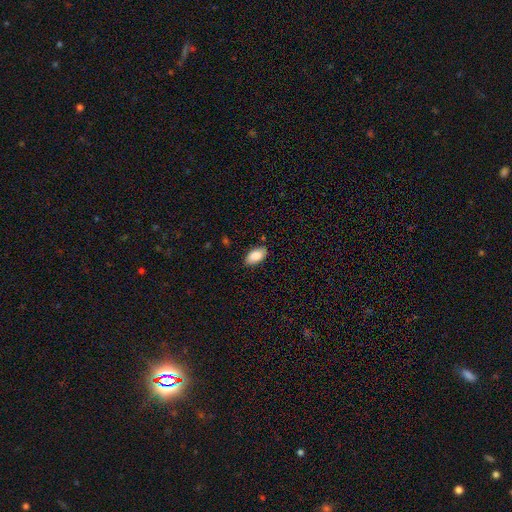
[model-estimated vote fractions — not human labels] Smooth or featured? smooth (85%)
How rounded? in between (94%)
Merging? none (82%)